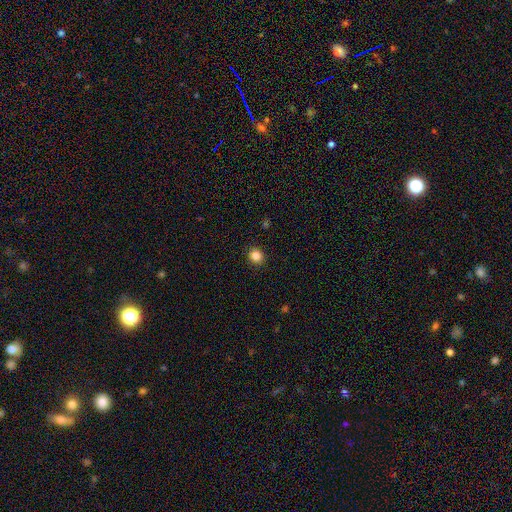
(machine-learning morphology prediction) Smooth or featured? smooth (85%)
How rounded? round (78%)
Merging? none (91%)